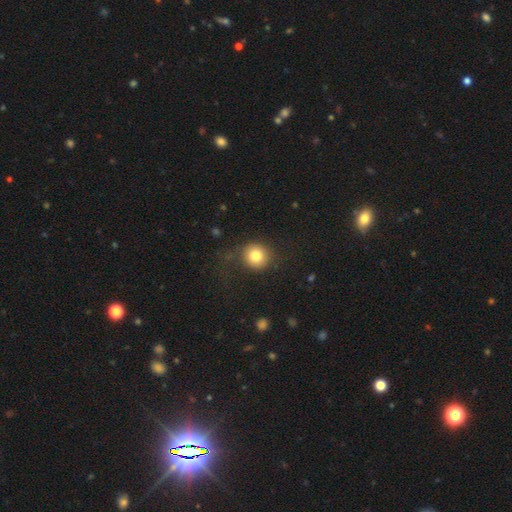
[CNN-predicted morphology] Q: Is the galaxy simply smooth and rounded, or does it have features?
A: smooth — 80%.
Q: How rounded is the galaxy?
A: round — 91%.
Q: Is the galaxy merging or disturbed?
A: none — 78%.